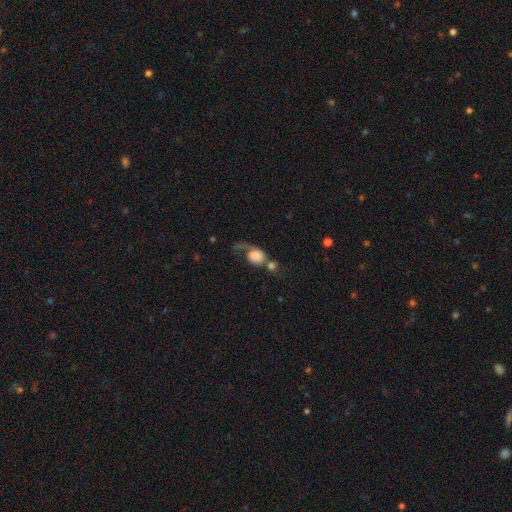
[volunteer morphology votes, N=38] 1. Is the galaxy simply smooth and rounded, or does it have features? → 68% smooth, 29% featured or disk, 3% star or artifact.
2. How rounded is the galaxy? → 62% round, 38% in between, 0% cigar-shaped.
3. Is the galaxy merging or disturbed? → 35% major disturbance, 30% merger, 24% none, 11% minor disturbance.